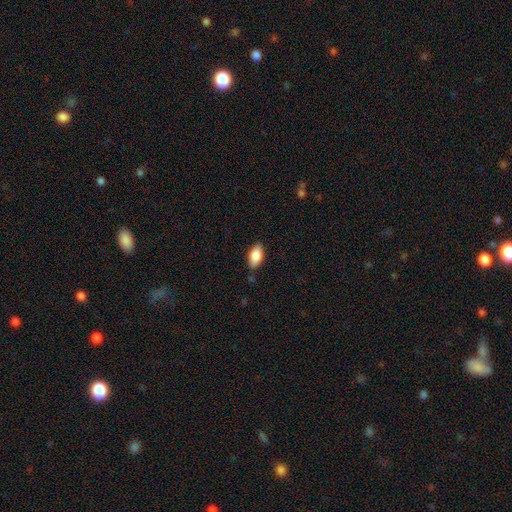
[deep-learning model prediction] A smooth galaxy with no disk features (84%) that is in between round and cigar-shaped (91%). Merging: none (83%).